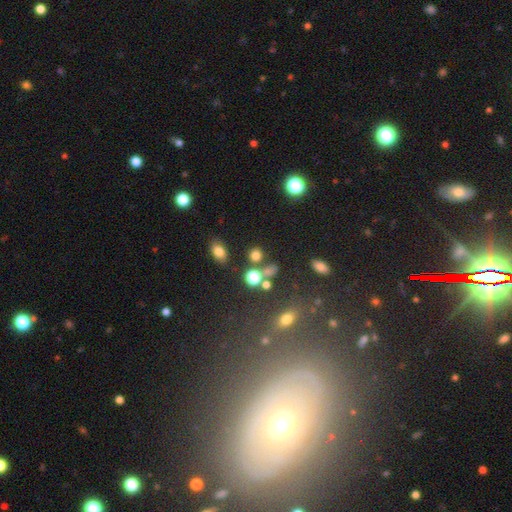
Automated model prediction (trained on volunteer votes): Smooth or featured: smooth — 72% (star or artifact — 19%)
How rounded: round — 76% (in between — 22%)
Merging: none — 68% (merger — 16%)